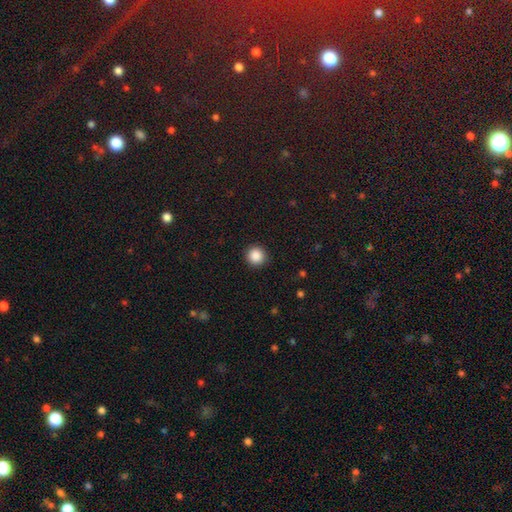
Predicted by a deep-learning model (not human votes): Smooth or featured? Predicted: smooth (p=0.88). How rounded? Predicted: round (p=0.95). Merging? Predicted: none (p=0.92).